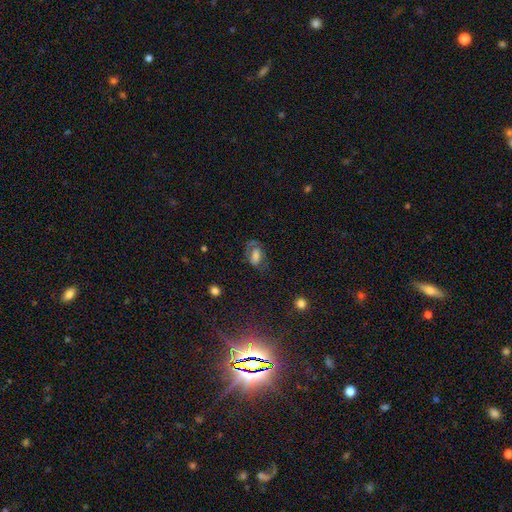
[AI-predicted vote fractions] smooth 47%, featured or disk 40%, star or artifact 12%. Down the decision tree: merging — none (50%).